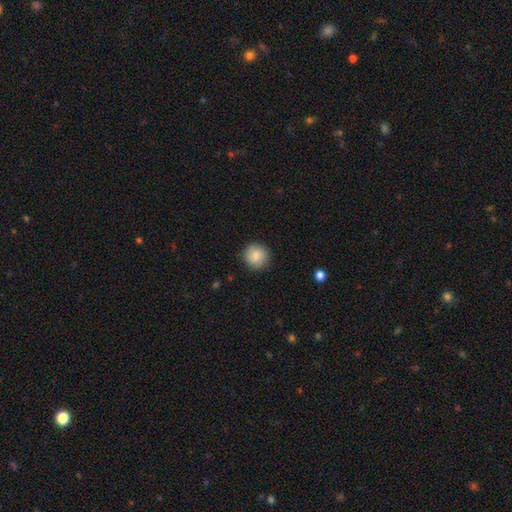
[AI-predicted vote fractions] smooth-or-featured: smooth: 84% | star or artifact: 8% | featured or disk: 7%
  how-rounded: round: 94% | in between: 5% | cigar-shaped: 1%
  merging: none: 89% | minor disturbance: 8% | major disturbance: 2% | merger: 1%